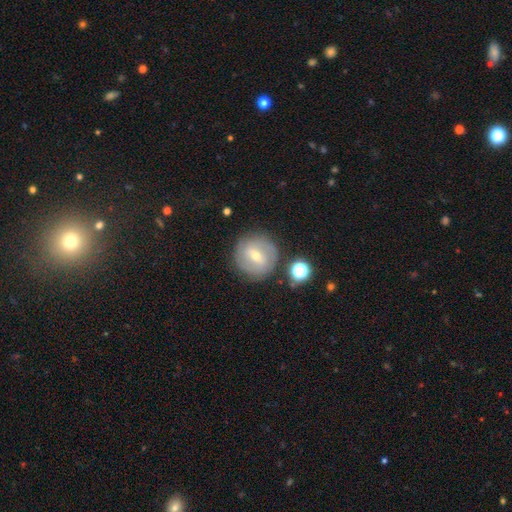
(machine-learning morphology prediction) featured or disk 56%, smooth 35%, star or artifact 9%. Down the decision tree: edge-on disk — no (95%); bar — weak (54%); spiral arms — yes (68%); bulge size — small (49%); merging — none (80%).